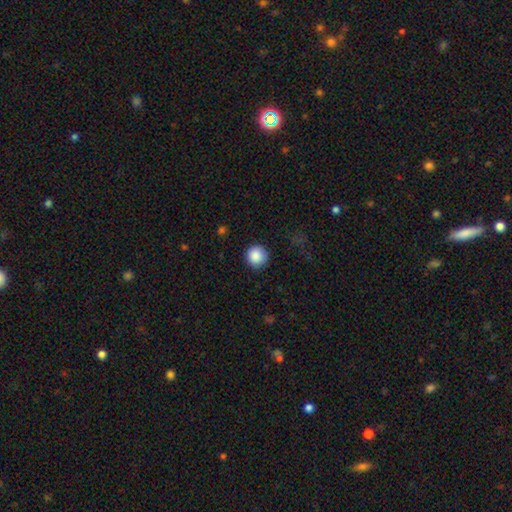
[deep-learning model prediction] Smooth or featured? Predicted: smooth (p=0.88). How rounded? Predicted: round (p=0.95). Merging? Predicted: none (p=0.89).